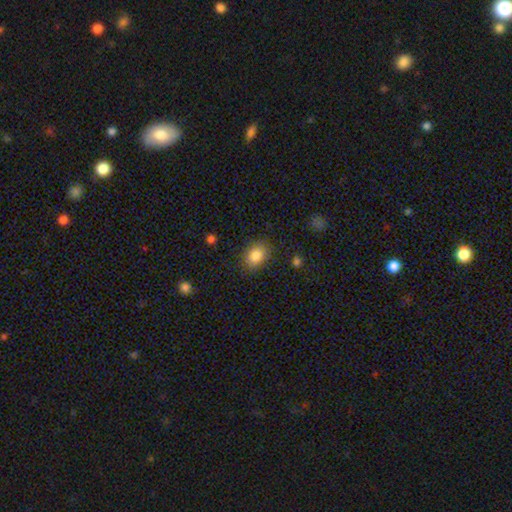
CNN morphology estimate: This appears to be a smooth galaxy with no disk features (85%) that is in between round and cigar-shaped (62%). Merging: none (84%).